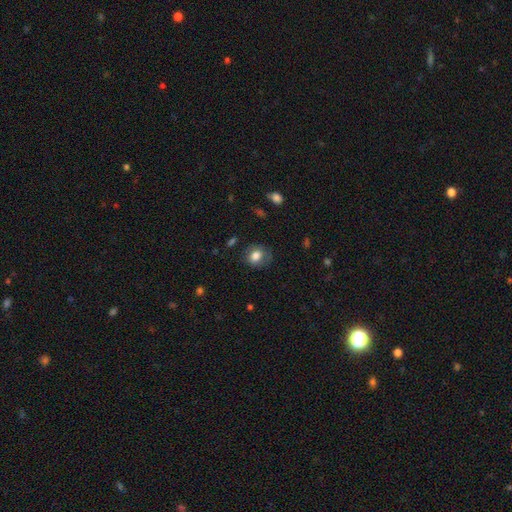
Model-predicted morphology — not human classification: Overall: smooth (77%). How rounded: round (60%; in between 39%). Merging: none (73%).